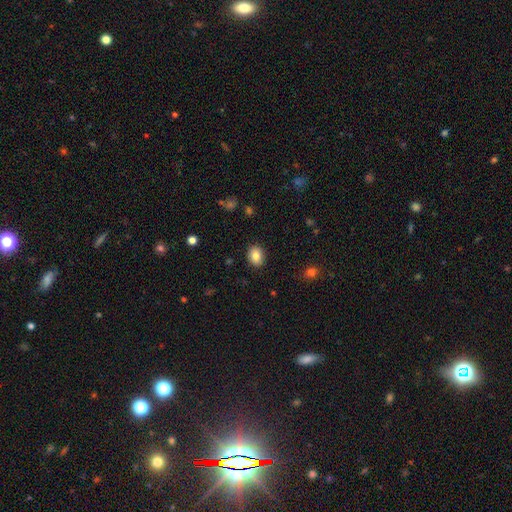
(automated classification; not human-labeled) smooth_or_featured: smooth (p=0.84) [alt: star or artifact p=0.09]
how_rounded: in between (p=0.52) [alt: round p=0.47]
merging: none (p=0.89) [alt: minor disturbance p=0.08]